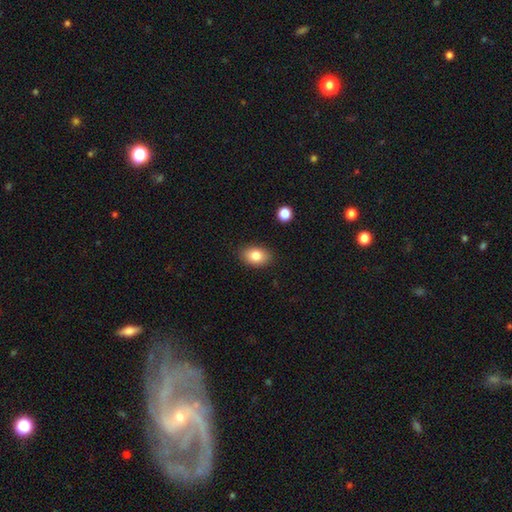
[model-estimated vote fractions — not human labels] A smooth galaxy with no disk features (82%) that is in between round and cigar-shaped (80%).

Vote fractions:
- Smooth or featured? smooth: 82% / featured or disk: 9% / star or artifact: 9%
- How rounded? in between: 80% / round: 18% / cigar-shaped: 1%
- Merging? none: 87% / minor disturbance: 9% / major disturbance: 2% / merger: 1%